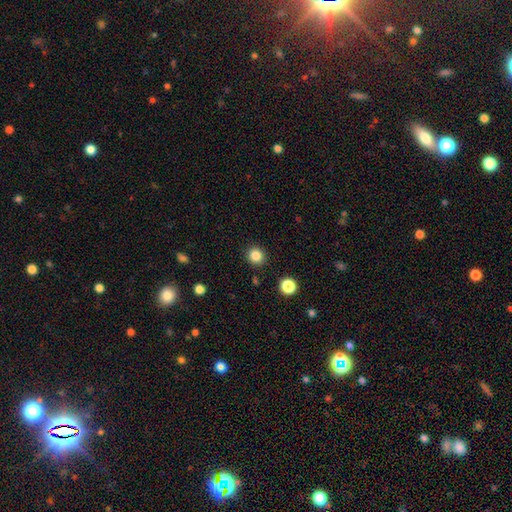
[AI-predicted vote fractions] Overall: smooth (84%). How rounded: round (89%). Merging: none (90%).